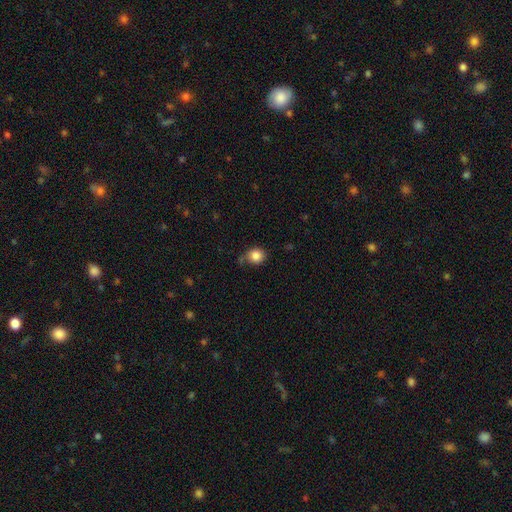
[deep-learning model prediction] smooth 85%, star or artifact 10%, featured or disk 5%. Down the decision tree: how rounded — round (75%); merging — none (67%).